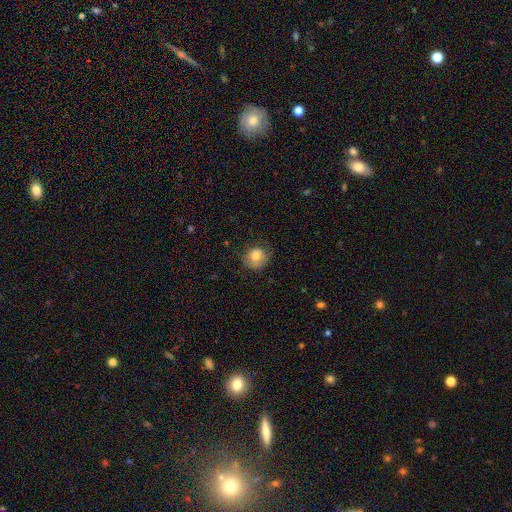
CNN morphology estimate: type=smooth (79%); roundness=round (84%); merging=none (68%).